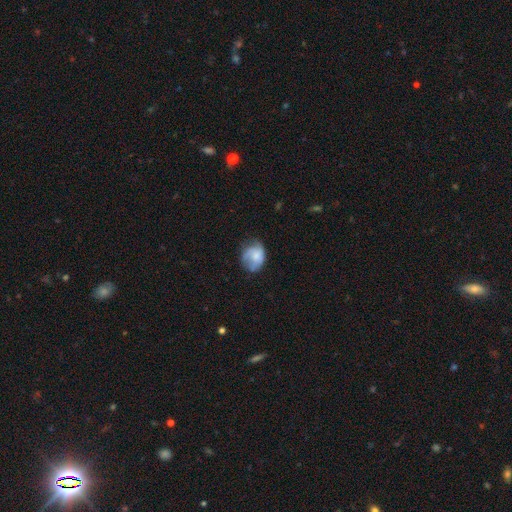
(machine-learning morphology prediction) Smooth or featured?
  - smooth: 61% *
  - featured or disk: 31%
  - star or artifact: 8%
How rounded?
  - in between: 50% *
  - round: 49%
  - cigar-shaped: 1%
Merging?
  - none: 46% *
  - minor disturbance: 33%
  - major disturbance: 19%
  - merger: 2%